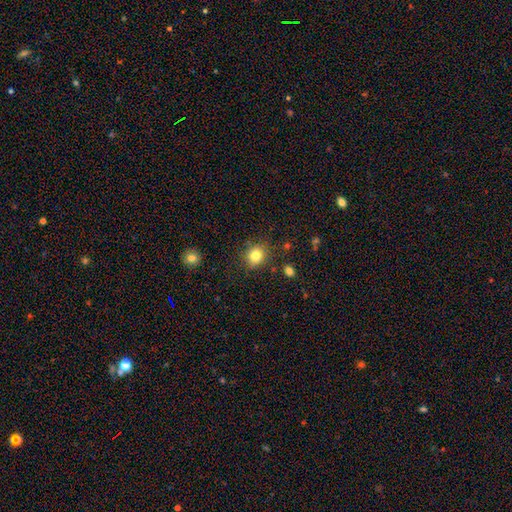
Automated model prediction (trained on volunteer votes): Overall: smooth (82%). How rounded: round (70%). Merging: none (83%).